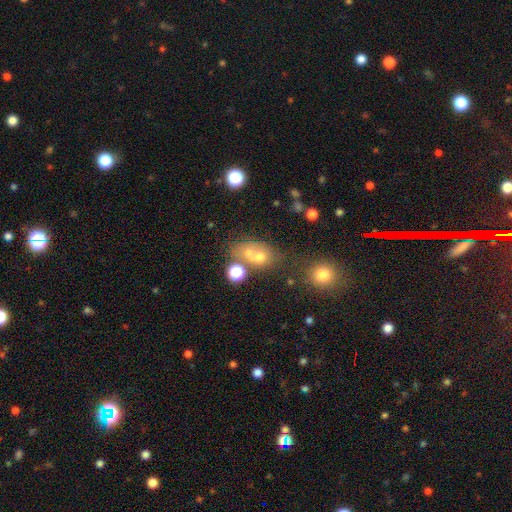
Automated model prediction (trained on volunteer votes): This is likely a smooth galaxy (61%). How rounded: possibly round (51%). Merging: marginally merger (45%).